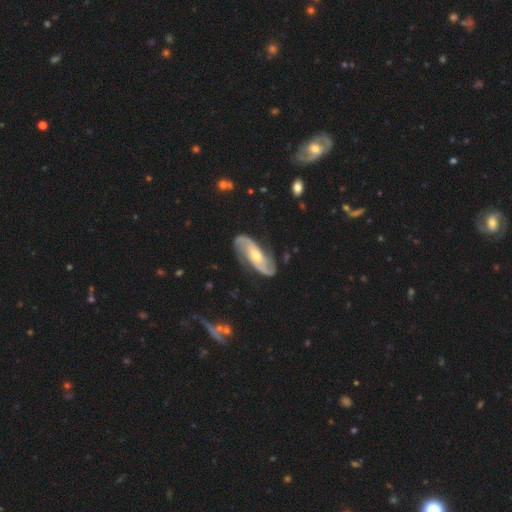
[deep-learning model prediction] Overall: featured or disk (87%). Edge-on disk: no (94%). Bar: no (53%; weak 32%). Spiral arms: yes (97%). Spiral arm count: 2 (91%). Spiral winding: medium (46%; loose 29%). Bulge size: moderate (58%; small 37%). Merging: none (79%).